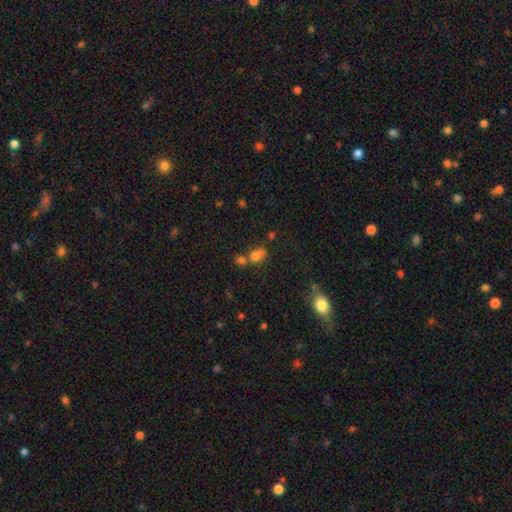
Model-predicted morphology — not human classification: Smooth or featured? smooth (68%)
How rounded? round (63%)
Merging? merger (53%)